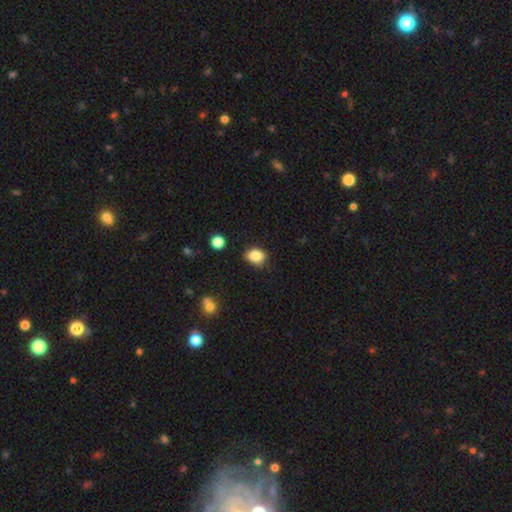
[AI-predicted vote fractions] Q: Smooth or featured?
A: smooth (85%); runner-up: star or artifact (10%)
Q: How rounded?
A: in between (63%); runner-up: round (36%)
Q: Merging?
A: none (73%); runner-up: minor disturbance (21%)